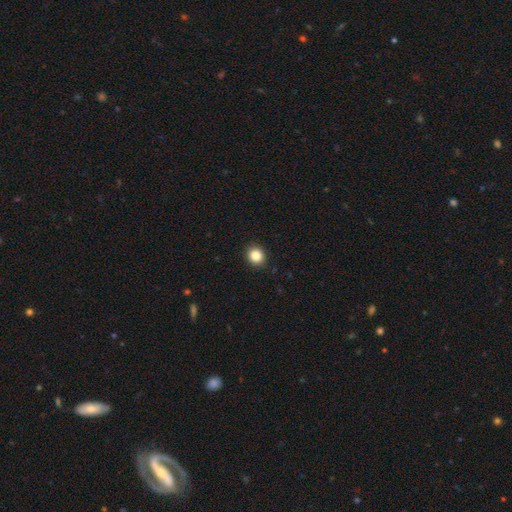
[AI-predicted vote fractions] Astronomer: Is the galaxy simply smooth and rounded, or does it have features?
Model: smooth — 85%.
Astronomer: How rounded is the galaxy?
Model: round — 86%.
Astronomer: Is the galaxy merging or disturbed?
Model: none — 92%.